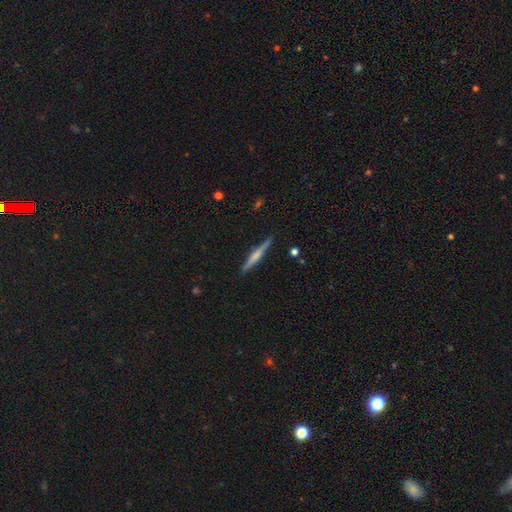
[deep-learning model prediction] Smooth or featured: featured or disk — 59% (smooth — 35%)
Edge-on disk: yes — 98% (no — 2%)
Edge-on bulge: rounded — 49% (none — 29%)
Merging: none — 89% (minor disturbance — 8%)